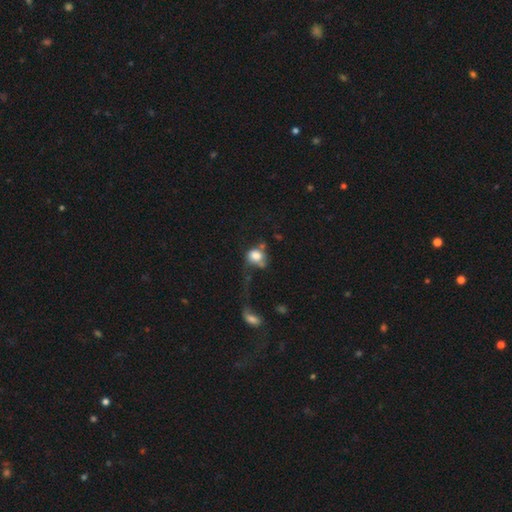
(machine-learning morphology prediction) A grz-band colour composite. It shows a smooth galaxy with no disk features (74%) that is round (64%). Merging: major disturbance (29%).